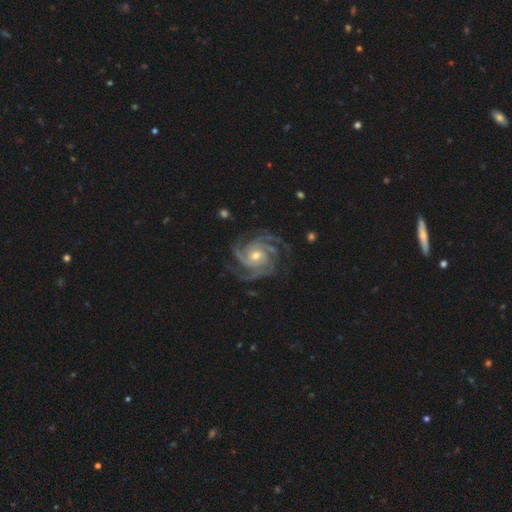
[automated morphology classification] smooth-or-featured: featured or disk: 93% | star or artifact: 4% | smooth: 2%
  disk-edge-on: no: 98% | yes: 2%
    bar: no: 67% | weak: 24% | strong: 9%
    has-spiral-arms: yes: 99% | no: 1%
      spiral-winding: tight: 68% | medium: 29% | loose: 3%
      spiral-arm-count: 4: 40% | 3: 27% | more than 4: 11% | can't tell: 9% | 2: 8% | 1: 6%
    bulge-size: moderate: 52% | small: 45% | large: 2% | none: 1% | dominant: 1%
  merging: none: 78% | minor disturbance: 14% | major disturbance: 6% | merger: 1%